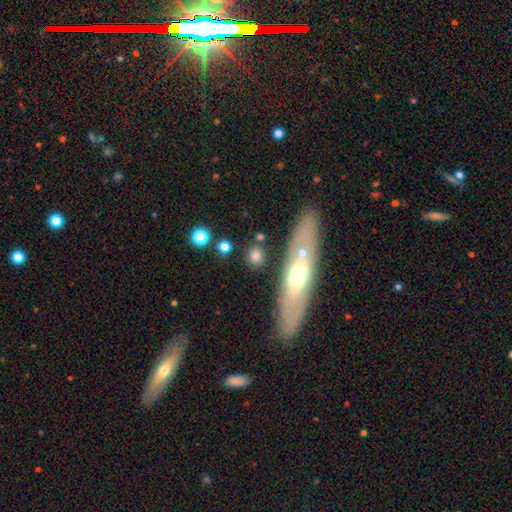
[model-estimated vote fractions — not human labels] Smooth or featured? smooth (75%)
How rounded? round (68%)
Merging? none (80%)